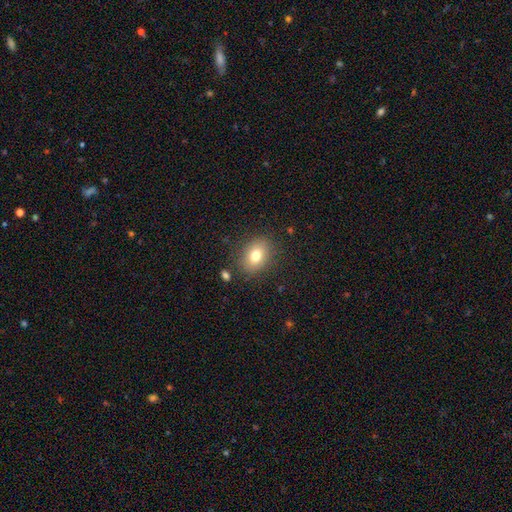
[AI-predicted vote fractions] smooth 78%, featured or disk 12%, star or artifact 10%. Down the decision tree: how rounded — in between (66%); merging — none (84%).